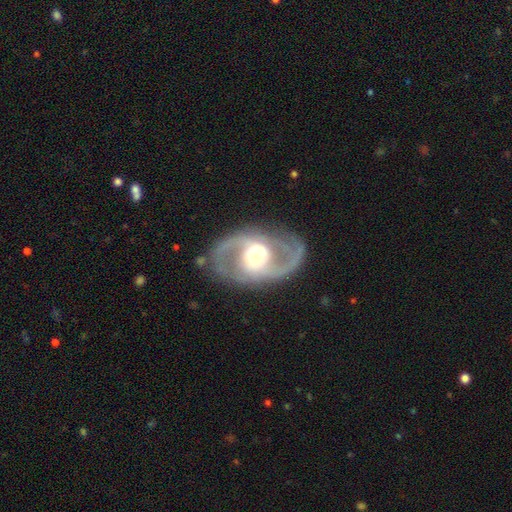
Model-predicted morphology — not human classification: Smooth or featured? featured or disk (89%)
Edge-on disk? no (97%)
Bar? no (46%)
Spiral arms? yes (94%)
Spiral winding? medium (58%)
Spiral arm count? 2 (93%)
Bulge size? moderate (52%)
Merging? none (83%)